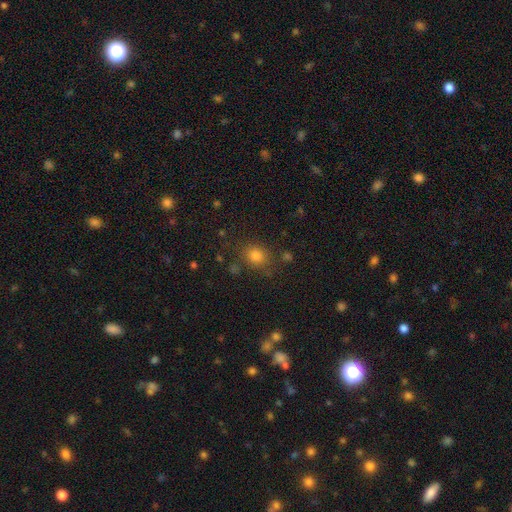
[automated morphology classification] Overall: smooth (77%). How rounded: round (68%; in between 31%). Merging: none (80%).